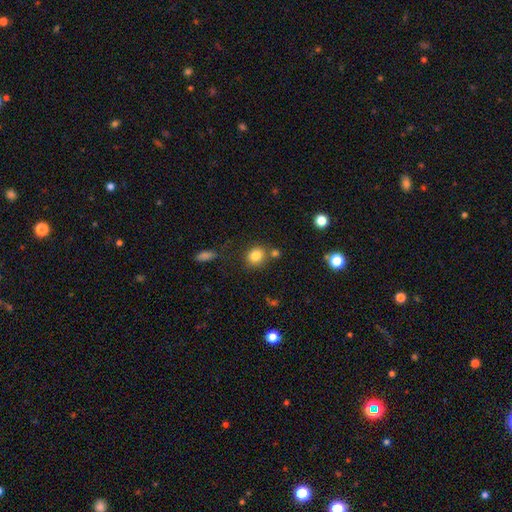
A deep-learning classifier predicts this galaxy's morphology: The model was most divided on "how rounded": round: 74%, in between: 25%, cigar-shaped: 1%. More confident: smooth or featured — smooth (82%); merging — none (72%).